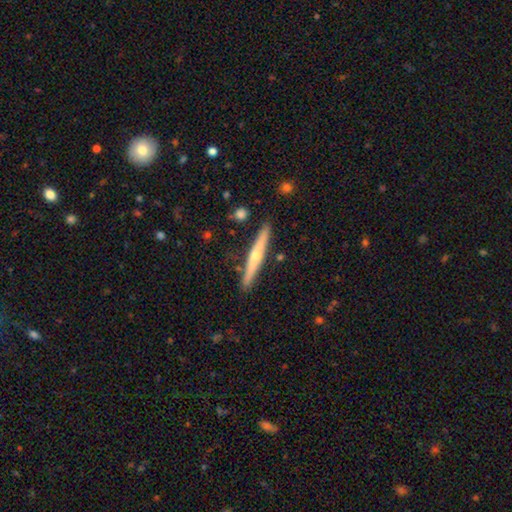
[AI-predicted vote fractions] The model was most divided on "smooth or featured": featured or disk: 61%, smooth: 33%, star or artifact: 6%. More confident: edge-on disk — yes (97%); merging — none (89%); edge-on bulge — rounded (80%).